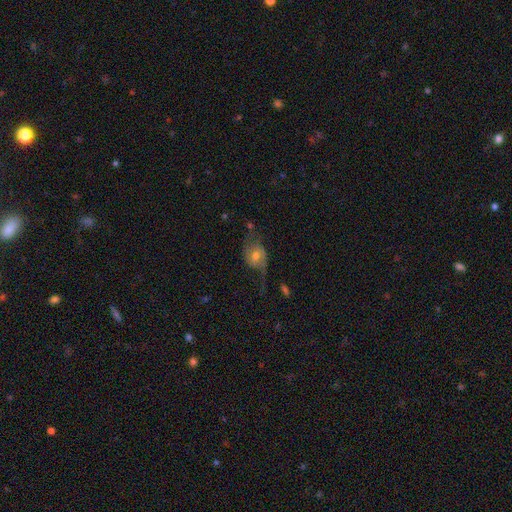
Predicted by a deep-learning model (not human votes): featured or disk 71%, smooth 22%, star or artifact 8%. Down the decision tree: edge-on disk — no (96%); bar — no (56%); spiral arms — yes (89%); spiral arm count — 2 (83%); spiral winding — loose (74%); bulge size — moderate (59%); merging — none (50%).